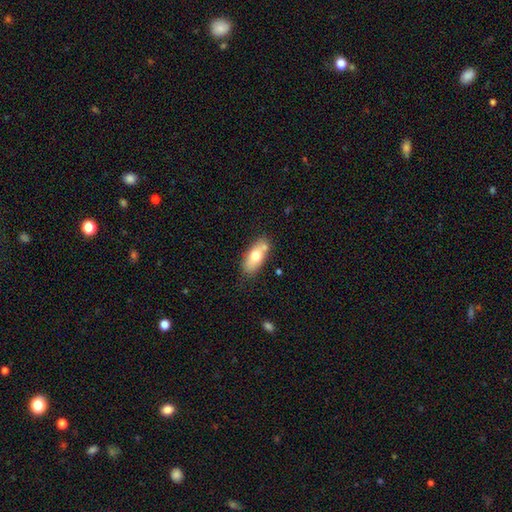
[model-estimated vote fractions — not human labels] Overall: smooth (68%). How rounded: in between (84%). Merging: none (65%).